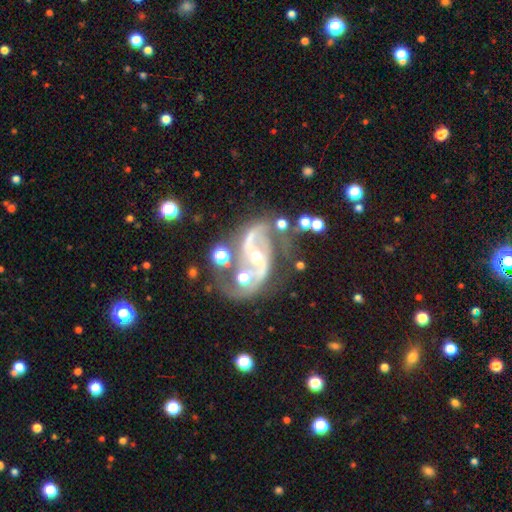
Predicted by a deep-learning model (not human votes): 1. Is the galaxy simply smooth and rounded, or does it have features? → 88% featured or disk, 7% star or artifact, 5% smooth.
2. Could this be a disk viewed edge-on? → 97% no, 3% yes.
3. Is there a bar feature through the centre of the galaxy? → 35% strong, 34% no, 31% weak.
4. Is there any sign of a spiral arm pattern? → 95% yes, 5% no.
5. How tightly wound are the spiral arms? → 49% medium, 38% loose, 14% tight.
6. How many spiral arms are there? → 90% 2, 3% can't tell, 2% 1, 2% 3, 1% 4, 1% more than 4.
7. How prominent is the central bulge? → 50% moderate, 45% small, 2% large, 1% none, 1% dominant.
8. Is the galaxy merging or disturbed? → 49% none, 20% minor disturbance, 17% major disturbance, 14% merger.